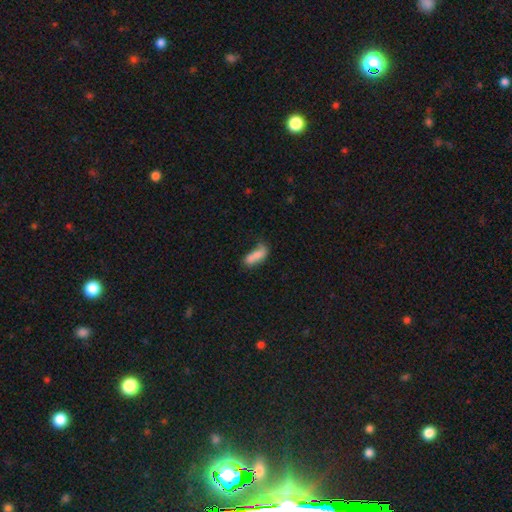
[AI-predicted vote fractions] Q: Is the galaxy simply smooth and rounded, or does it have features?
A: smooth — 68%.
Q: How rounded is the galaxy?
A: in between — 75%.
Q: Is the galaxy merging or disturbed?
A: merger — 33%, tied with none.